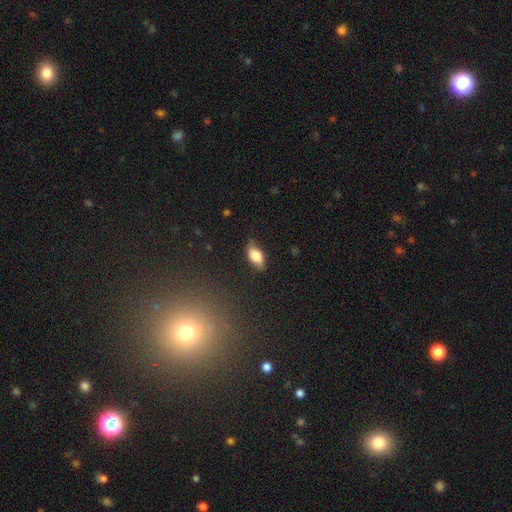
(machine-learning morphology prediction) Smooth or featured?
  - smooth: 77% *
  - featured or disk: 16%
  - star or artifact: 7%
How rounded?
  - in between: 87% *
  - cigar-shaped: 9%
  - round: 4%
Merging?
  - none: 78% *
  - minor disturbance: 18%
  - major disturbance: 3%
  - merger: 1%